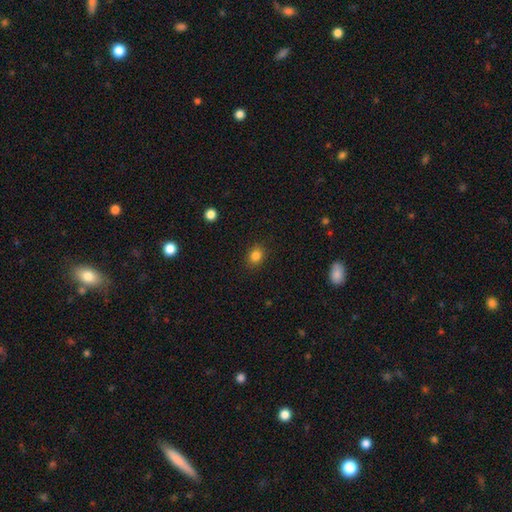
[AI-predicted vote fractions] A smooth galaxy with no disk features (84%) that is round (58%). Merging: none (88%).